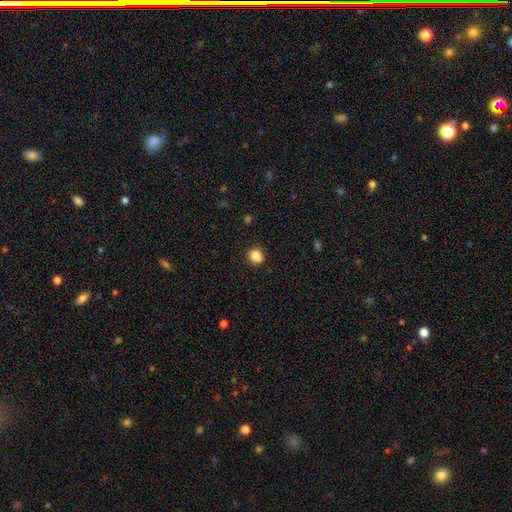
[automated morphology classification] This appears to be a smooth galaxy with no disk features (85%) that is round (82%). Merging: none (81%).